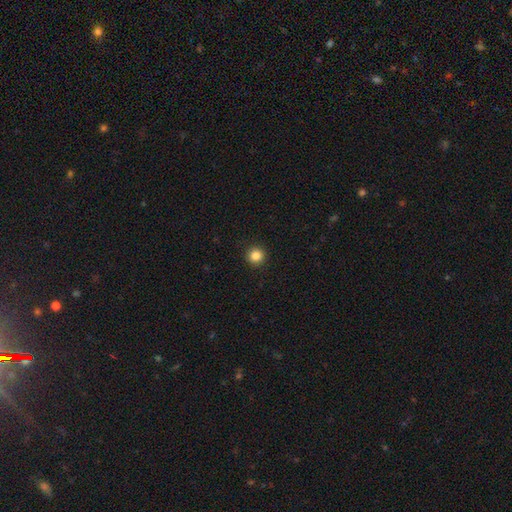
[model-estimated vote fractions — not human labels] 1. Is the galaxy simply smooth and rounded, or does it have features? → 85% smooth, 11% star or artifact, 4% featured or disk.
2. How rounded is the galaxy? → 95% round, 4% in between, 1% cigar-shaped.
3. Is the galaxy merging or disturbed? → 93% none, 4% minor disturbance, 2% major disturbance, 1% merger.